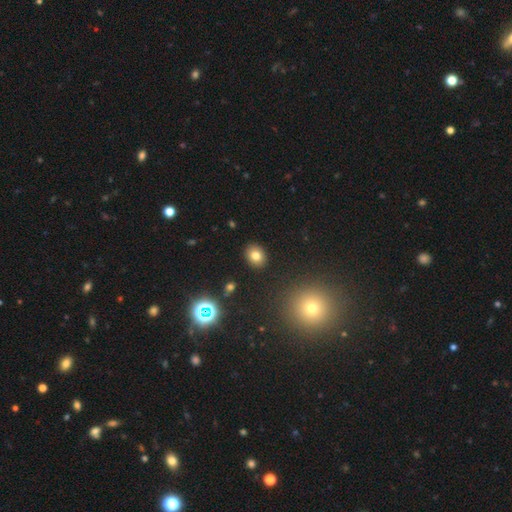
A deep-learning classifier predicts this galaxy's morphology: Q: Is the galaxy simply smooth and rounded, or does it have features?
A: smooth — 78%.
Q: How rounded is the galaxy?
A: round — 55%.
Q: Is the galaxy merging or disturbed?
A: none — 90%.